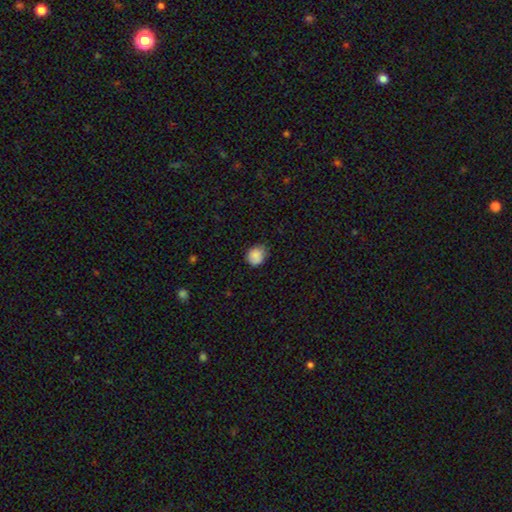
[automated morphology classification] A smooth galaxy with no disk features (86%) that is round (72%). Merging: none (72%).